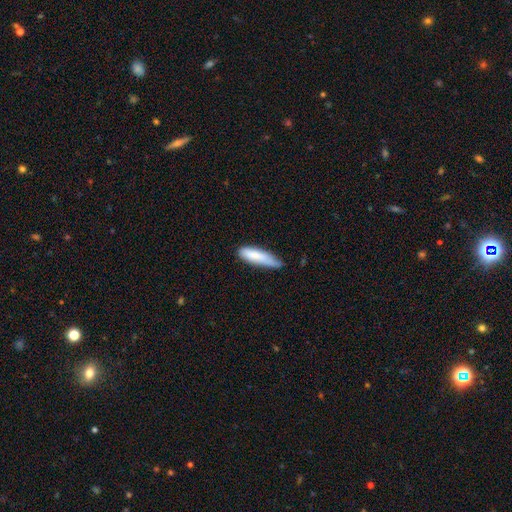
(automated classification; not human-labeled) smooth 82%, featured or disk 12%, star or artifact 6%. Down the decision tree: how rounded — cigar-shaped (67%); merging — none (48%).